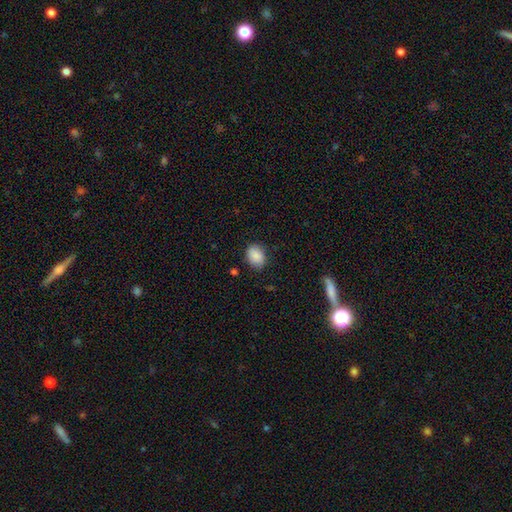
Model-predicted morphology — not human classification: A smooth galaxy with no disk features (88%) that is in between round and cigar-shaped (69%).

Vote fractions:
- Smooth or featured? smooth: 88% / star or artifact: 7% / featured or disk: 4%
- How rounded? in between: 69% / round: 30% / cigar-shaped: 1%
- Merging? none: 82% / minor disturbance: 14% / major disturbance: 3% / merger: 1%